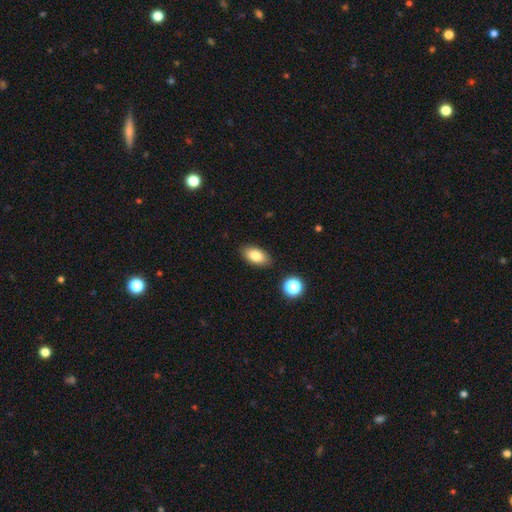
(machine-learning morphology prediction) A smooth galaxy with no disk features (82%) that is in between round and cigar-shaped (91%).

Vote fractions:
- Smooth or featured? smooth: 82% / featured or disk: 9% / star or artifact: 9%
- How rounded? in between: 91% / round: 5% / cigar-shaped: 4%
- Merging? none: 87% / minor disturbance: 9% / major disturbance: 2% / merger: 2%